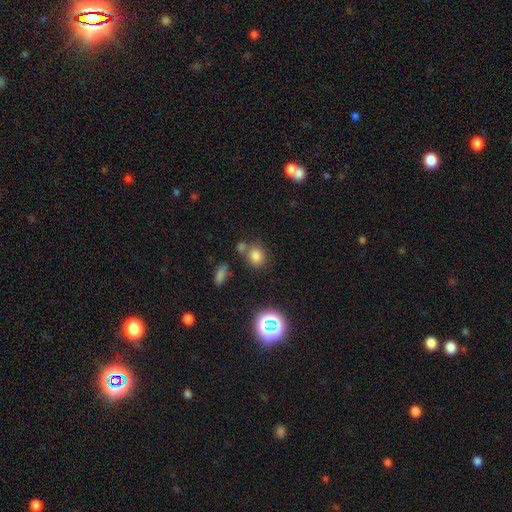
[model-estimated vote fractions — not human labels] A smooth galaxy with no disk features (77%) that is round (62%). Merging: none (61%).